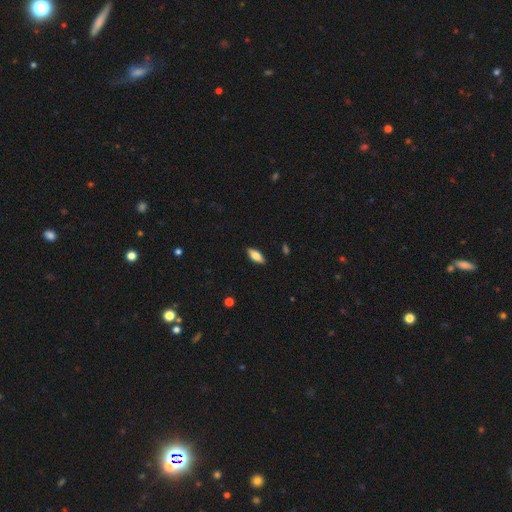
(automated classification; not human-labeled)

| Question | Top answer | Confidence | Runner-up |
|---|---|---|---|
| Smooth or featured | smooth | 71% | featured or disk (23%) |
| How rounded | in between | 77% | cigar-shaped (21%) |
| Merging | none | 88% | minor disturbance (9%) |